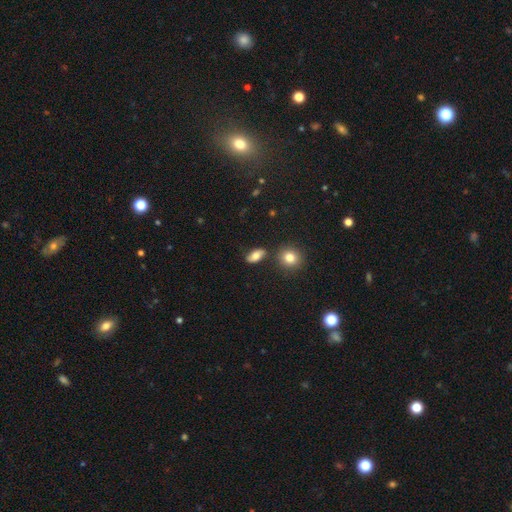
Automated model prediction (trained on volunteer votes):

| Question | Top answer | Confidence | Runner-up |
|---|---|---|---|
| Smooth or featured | smooth | 79% | featured or disk (12%) |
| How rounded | in between | 85% | round (8%) |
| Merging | none | 78% | minor disturbance (13%) |